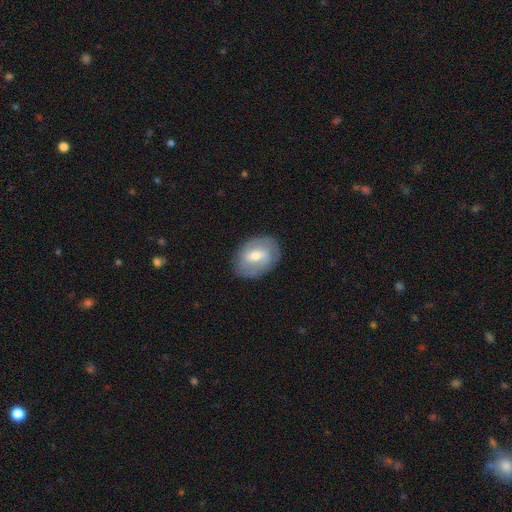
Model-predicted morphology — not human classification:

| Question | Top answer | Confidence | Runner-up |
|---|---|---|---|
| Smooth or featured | featured or disk | 62% | smooth (32%) |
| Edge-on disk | no | 95% | yes (5%) |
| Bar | weak | 51% | no (26%) |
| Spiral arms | yes | 77% | no (23%) |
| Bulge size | moderate | 60% | small (35%) |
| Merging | none | 81% | minor disturbance (13%) |